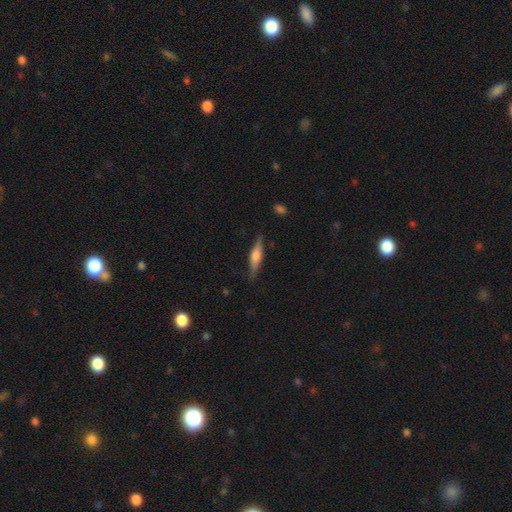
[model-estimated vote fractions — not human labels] Smooth or featured? featured or disk (55%)
Edge-on disk? yes (95%)
Edge-on bulge? rounded (79%)
Merging? none (84%)